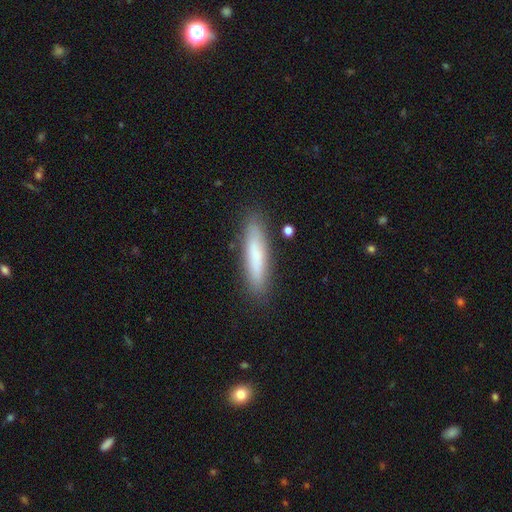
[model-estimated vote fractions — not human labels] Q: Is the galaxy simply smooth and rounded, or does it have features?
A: smooth — 75%.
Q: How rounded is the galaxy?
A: cigar-shaped — 84%.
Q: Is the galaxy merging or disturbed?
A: none — 87%.